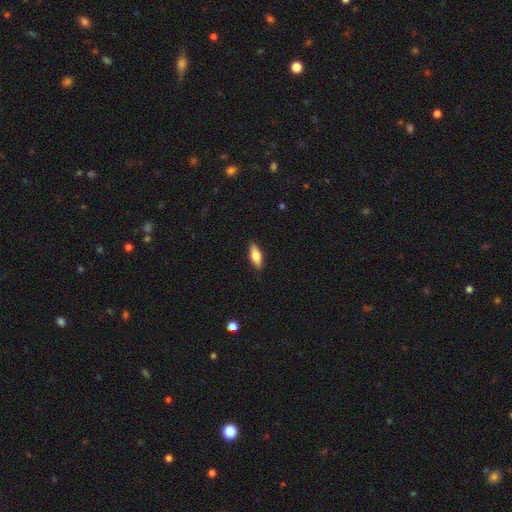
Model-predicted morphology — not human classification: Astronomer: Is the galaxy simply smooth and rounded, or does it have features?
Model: smooth — 69%.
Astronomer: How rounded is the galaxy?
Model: in between — 71%.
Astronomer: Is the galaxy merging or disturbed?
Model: none — 89%.